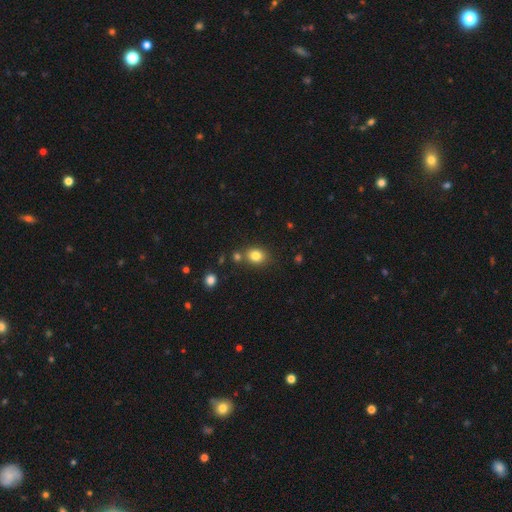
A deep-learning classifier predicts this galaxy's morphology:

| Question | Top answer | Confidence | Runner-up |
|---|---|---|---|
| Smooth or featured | smooth | 81% | star or artifact (11%) |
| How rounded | round | 53% | in between (46%) |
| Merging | none | 72% | merger (13%) |